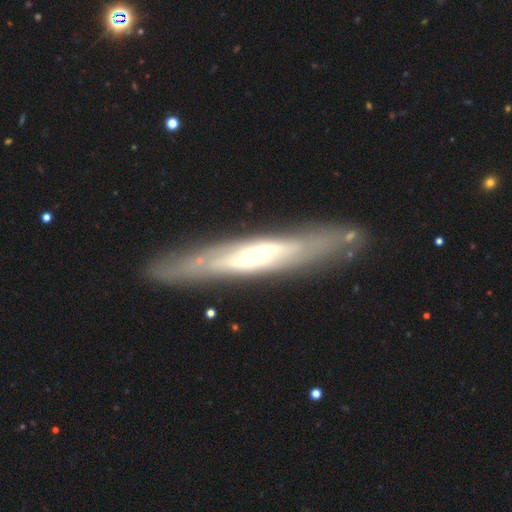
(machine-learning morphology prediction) Smooth or featured?
  - featured or disk: 71% *
  - smooth: 23%
  - star or artifact: 6%
Edge-on disk?
  - yes: 66% *
  - no: 34%
Merging?
  - none: 81% *
  - minor disturbance: 12%
  - major disturbance: 4%
  - merger: 3%